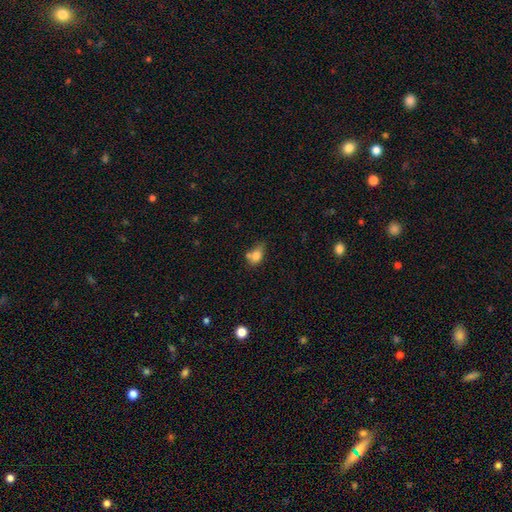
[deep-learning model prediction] This appears to be a smooth galaxy with no disk features (77%) that is in between round and cigar-shaped (73%). Merging: none (41%).